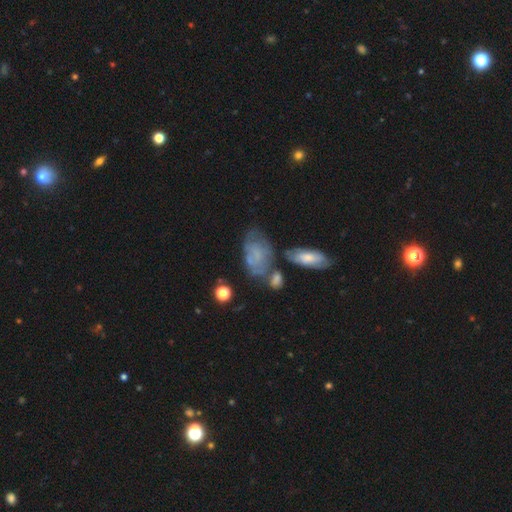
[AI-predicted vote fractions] Q: Smooth or featured?
A: smooth (45%); tied with: featured or disk (45%)
Q: Merging?
A: none (41%); runner-up: minor disturbance (25%)